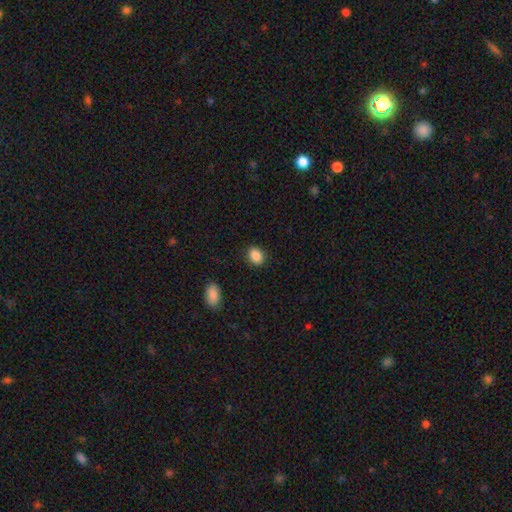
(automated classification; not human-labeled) Smooth or featured? Predicted: smooth (p=0.88). How rounded? Predicted: in between (p=0.61). Merging? Predicted: none (p=0.87).